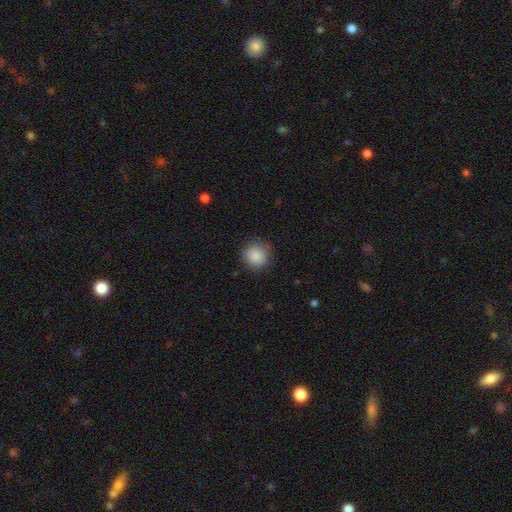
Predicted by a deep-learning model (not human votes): A smooth galaxy with no disk features (88%) that is round (92%). Merging: none (85%).